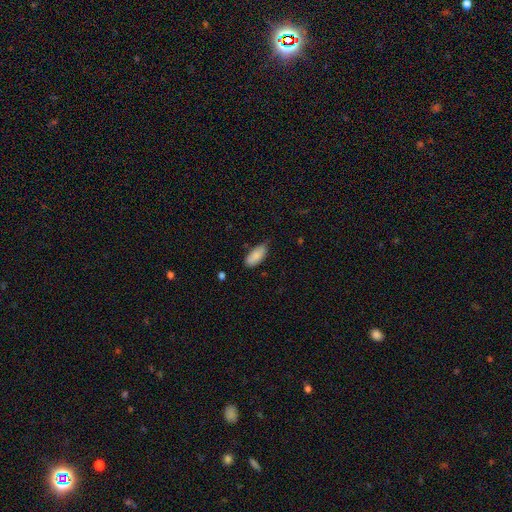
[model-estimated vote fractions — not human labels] Smooth or featured?
  - smooth: 87% *
  - featured or disk: 7%
  - star or artifact: 6%
How rounded?
  - in between: 89% *
  - cigar-shaped: 9%
  - round: 2%
Merging?
  - none: 66% *
  - minor disturbance: 29%
  - major disturbance: 4%
  - merger: 2%